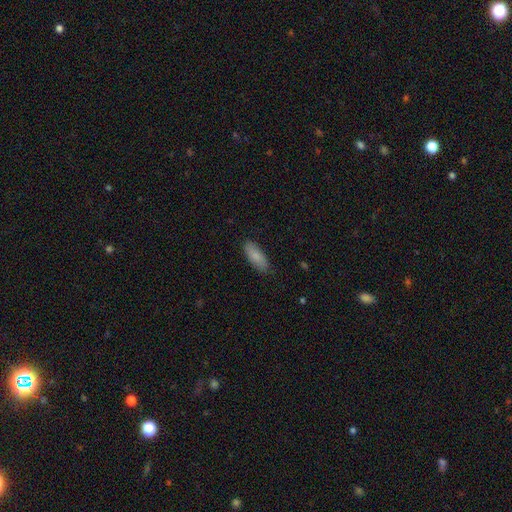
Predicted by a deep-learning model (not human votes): smooth-or-featured: smooth: 85% | featured or disk: 10% | star or artifact: 6%
  how-rounded: in between: 74% | cigar-shaped: 24% | round: 2%
  merging: none: 84% | minor disturbance: 13% | major disturbance: 2% | merger: 1%